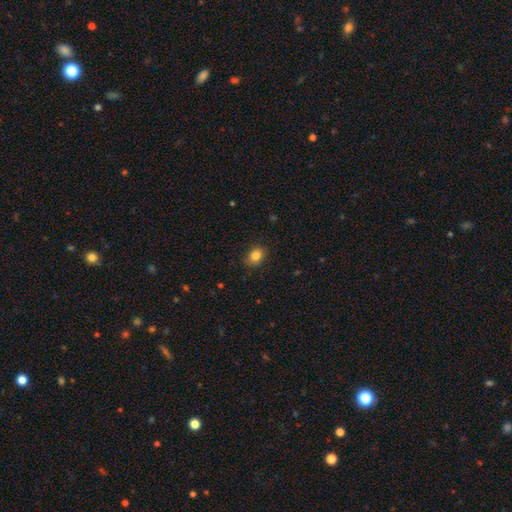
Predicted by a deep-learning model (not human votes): A smooth galaxy with no disk features (84%) that is in between round and cigar-shaped (53%).

Vote fractions:
- Smooth or featured? smooth: 84% / star or artifact: 10% / featured or disk: 5%
- How rounded? in between: 53% / round: 46% / cigar-shaped: 1%
- Merging? none: 81% / minor disturbance: 15% / major disturbance: 3% / merger: 1%